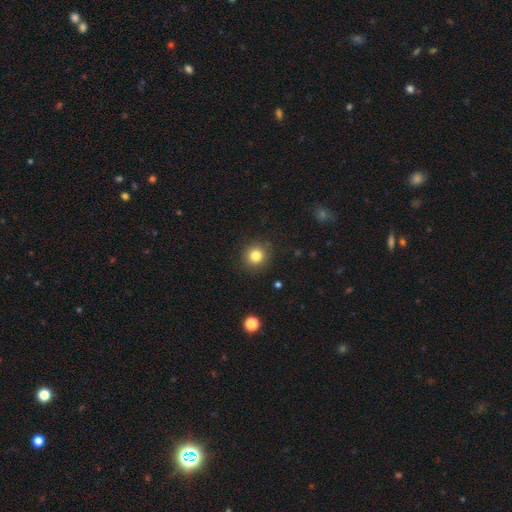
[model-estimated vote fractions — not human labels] A smooth galaxy with no disk features (82%) that is round (90%). Merging: none (89%).